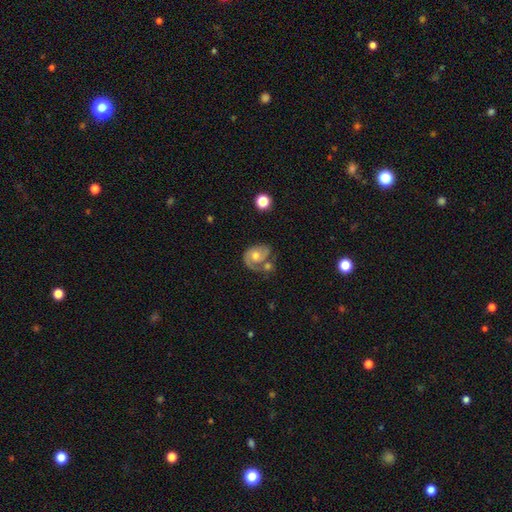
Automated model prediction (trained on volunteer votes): smooth_or_featured: featured or disk (p=0.79) [alt: smooth p=0.15]
disk_edge_on: no (p=0.98) [alt: yes p=0.02]
bar: no (p=0.68) [alt: weak p=0.28]
has_spiral_arms: yes (p=0.93) [alt: no p=0.07]
spiral_winding: medium (p=0.44) [alt: tight p=0.41]
spiral_arm_count: 2 (p=0.64) [alt: 1 p=0.26]
bulge_size: moderate (p=0.68) [alt: small p=0.21]
merging: none (p=0.46) [alt: merger p=0.21]